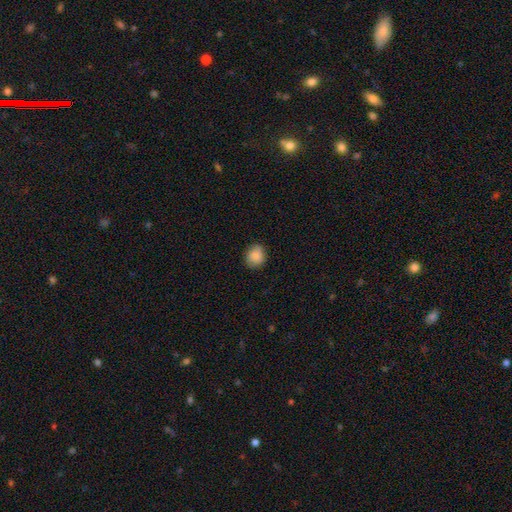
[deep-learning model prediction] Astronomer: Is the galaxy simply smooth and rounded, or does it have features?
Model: smooth — 86%.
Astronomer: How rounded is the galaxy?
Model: round — 76%.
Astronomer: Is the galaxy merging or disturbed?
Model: none — 84%.